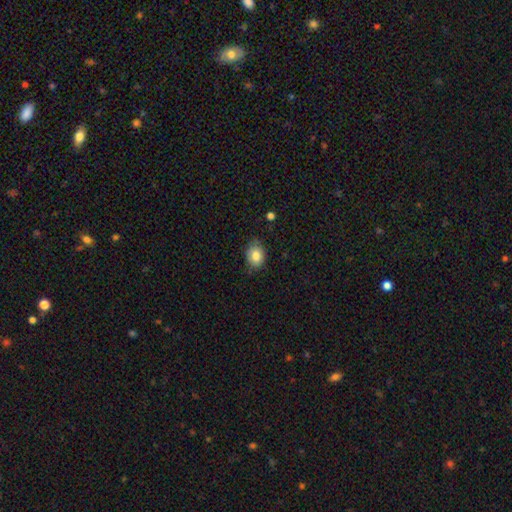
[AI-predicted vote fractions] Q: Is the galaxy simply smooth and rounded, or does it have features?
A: smooth — 82%.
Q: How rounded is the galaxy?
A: in between — 62%.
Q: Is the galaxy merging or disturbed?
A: none — 74%.